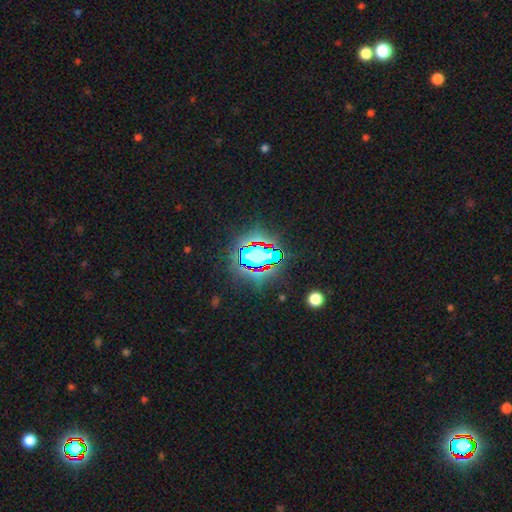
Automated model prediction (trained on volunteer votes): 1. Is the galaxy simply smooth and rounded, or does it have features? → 67% star or artifact, 21% smooth, 12% featured or disk.